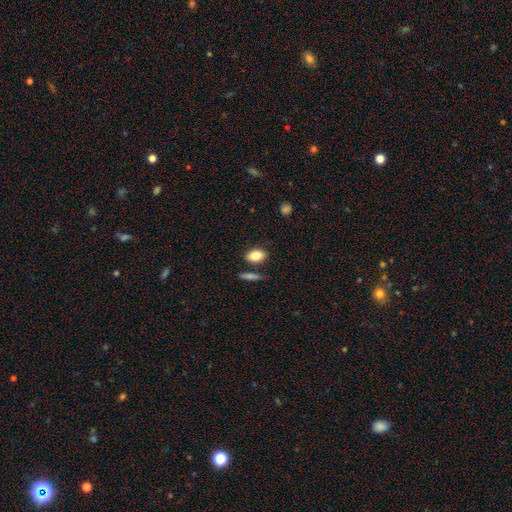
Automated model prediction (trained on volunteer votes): Smooth or featured: smooth — 82% (featured or disk — 10%)
How rounded: in between — 85% (round — 10%)
Merging: none — 78% (minor disturbance — 12%)